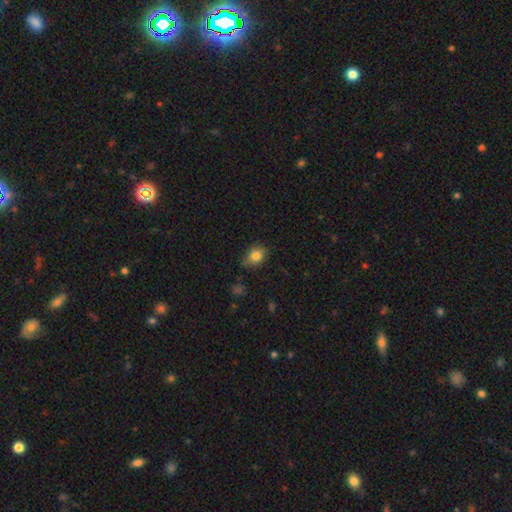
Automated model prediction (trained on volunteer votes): A smooth galaxy with no disk features (82%) that is in between round and cigar-shaped (53%). Merging: none (73%).